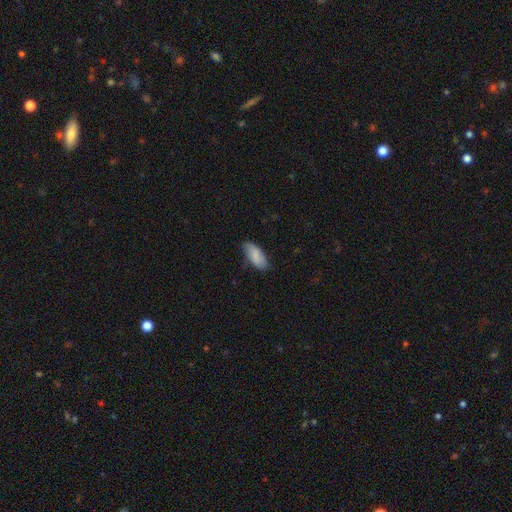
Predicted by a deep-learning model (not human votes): Smooth or featured: smooth — 82% (featured or disk — 12%)
How rounded: in between — 88% (cigar-shaped — 10%)
Merging: none — 73% (minor disturbance — 22%)